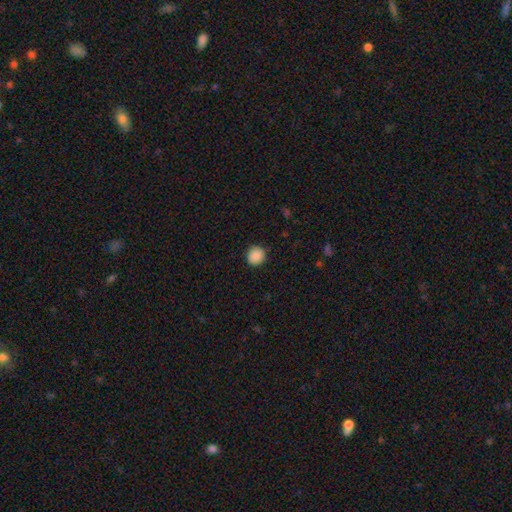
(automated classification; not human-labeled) A smooth galaxy with no disk features (89%) that is round (89%). Merging: none (89%).